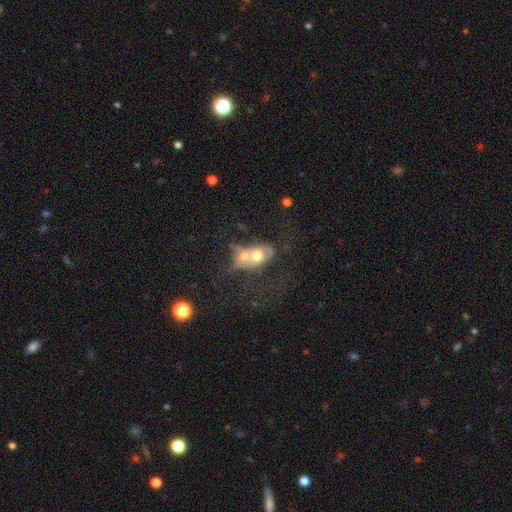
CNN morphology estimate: Smooth or featured? Predicted: smooth (p=0.47). Merging? Predicted: merger (p=0.59).